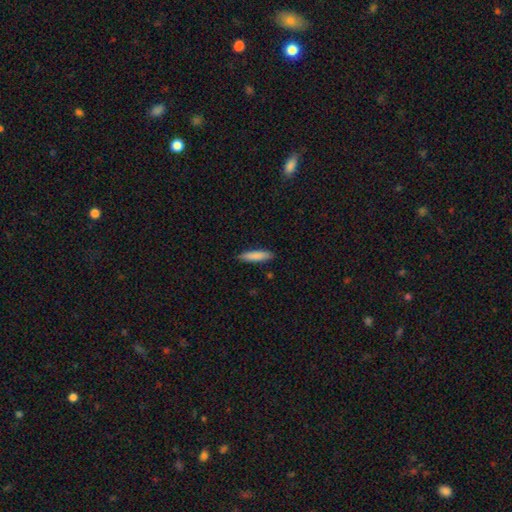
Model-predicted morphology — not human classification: Q: Smooth or featured?
A: smooth (85%); runner-up: featured or disk (9%)
Q: How rounded?
A: cigar-shaped (79%); runner-up: in between (19%)
Q: Merging?
A: none (88%); runner-up: minor disturbance (9%)